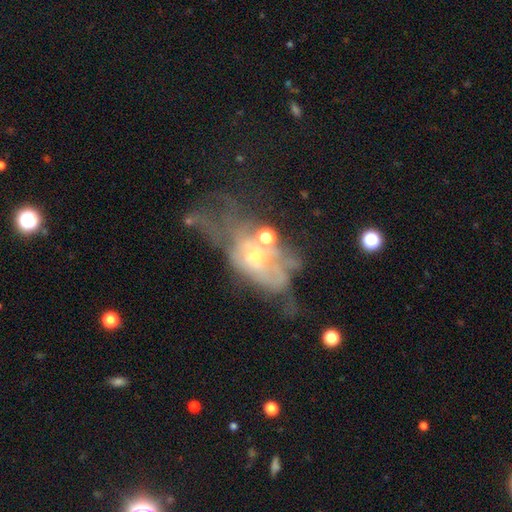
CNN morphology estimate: Smooth or featured? Predicted: featured or disk (p=0.62). Edge-on disk? Predicted: no (p=0.92). Bar? Predicted: no (p=0.83). Spiral arms? Predicted: no (p=0.67). Bulge size? Predicted: moderate (p=0.45, tied with small). Merging? Predicted: major disturbance (p=0.43).